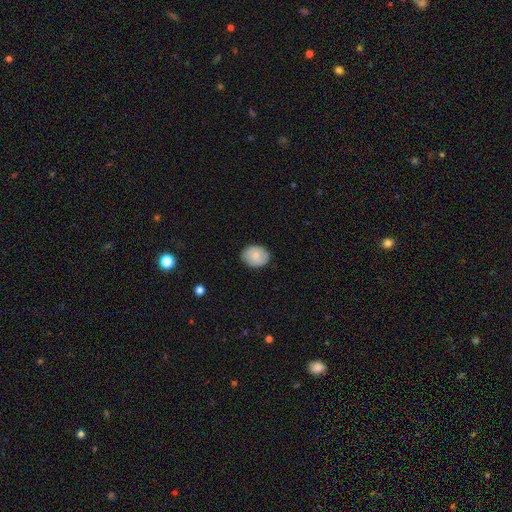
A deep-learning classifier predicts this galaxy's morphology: type=smooth (73%); roundness=in between (50%); merging=none (84%).